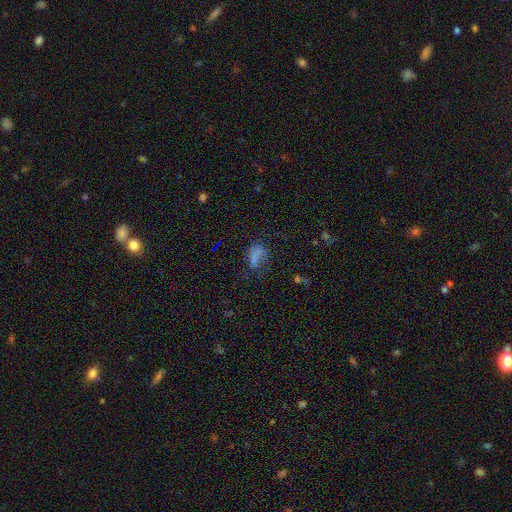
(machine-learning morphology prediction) Smooth or featured: smooth — 57% (star or artifact — 23%)
How rounded: in between — 77% (round — 18%)
Merging: none — 40% (major disturbance — 30%)